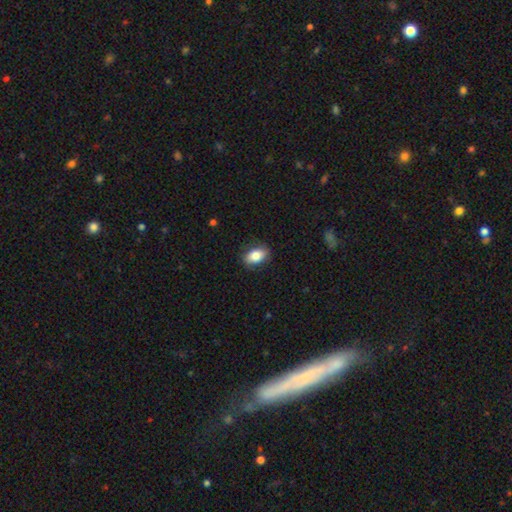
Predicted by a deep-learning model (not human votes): Overall: smooth (84%). How rounded: in between (87%). Merging: none (85%).